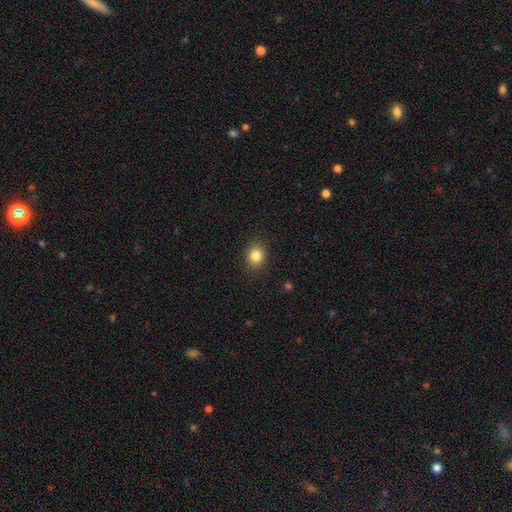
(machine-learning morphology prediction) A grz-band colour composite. It shows a smooth galaxy with no disk features (84%) that is round (61%). Merging: none (88%).